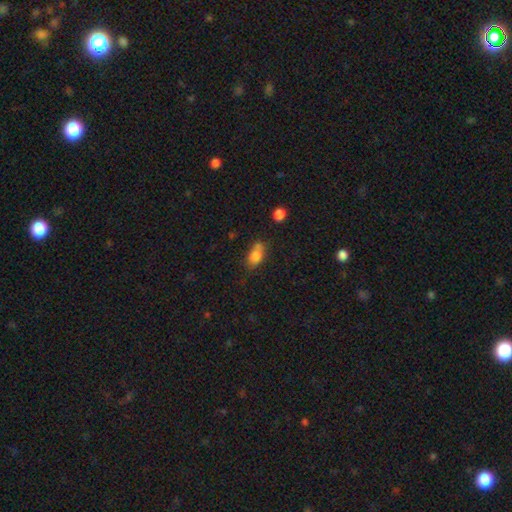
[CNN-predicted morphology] A smooth galaxy with no disk features (79%) that is in between round and cigar-shaped (77%). Merging: none (49%).